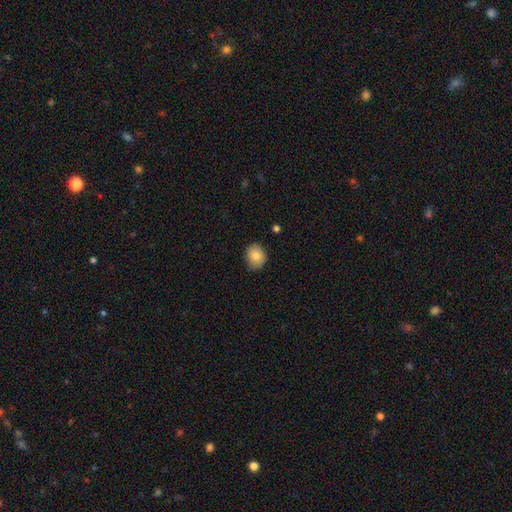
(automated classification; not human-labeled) smooth_or_featured: smooth (p=0.82) [alt: featured or disk p=0.10]
how_rounded: round (p=0.66) [alt: in between p=0.34]
merging: none (p=0.79) [alt: minor disturbance p=0.17]